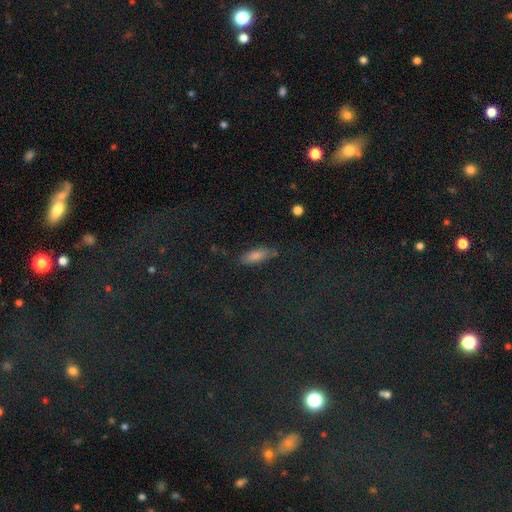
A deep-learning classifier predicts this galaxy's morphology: Smooth or featured? Predicted: smooth (p=0.68). How rounded? Predicted: in between (p=0.60). Merging? Predicted: none (p=0.80).